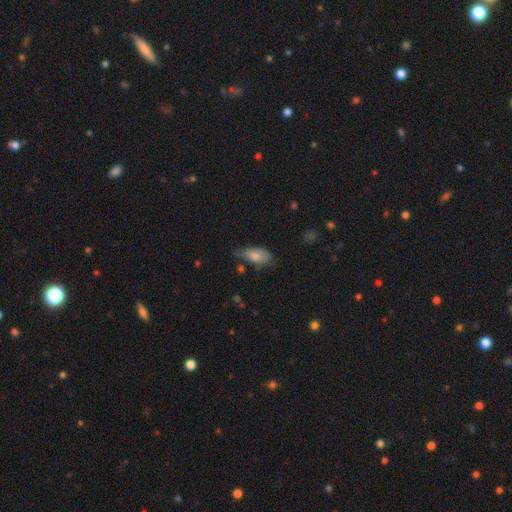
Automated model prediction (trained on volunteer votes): smooth_or_featured: smooth (p=0.78) [alt: featured or disk p=0.15]
how_rounded: in between (p=0.89) [alt: cigar-shaped p=0.07]
merging: none (p=0.42) [alt: minor disturbance p=0.41]